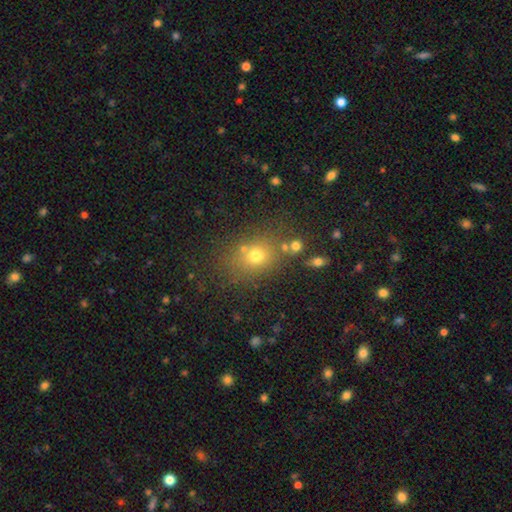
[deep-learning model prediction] Smooth or featured? Predicted: smooth (p=0.68). How rounded? Predicted: round (p=0.55). Merging? Predicted: none (p=0.74).